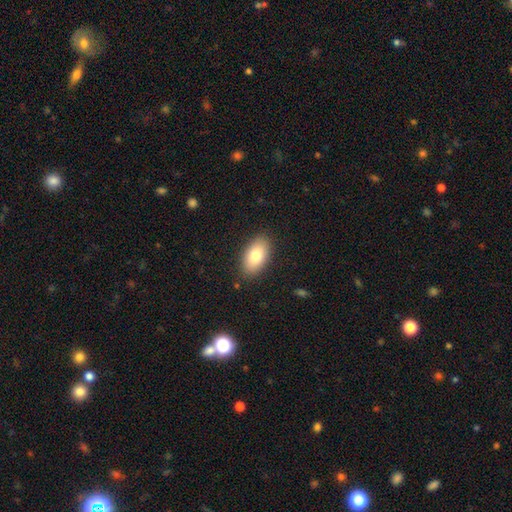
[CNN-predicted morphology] A smooth galaxy with no disk features (81%) that is in between round and cigar-shaped (94%).

Vote fractions:
- Smooth or featured? smooth: 81% / featured or disk: 12% / star or artifact: 7%
- How rounded? in between: 94% / round: 4% / cigar-shaped: 2%
- Merging? none: 86% / minor disturbance: 10% / major disturbance: 2% / merger: 1%